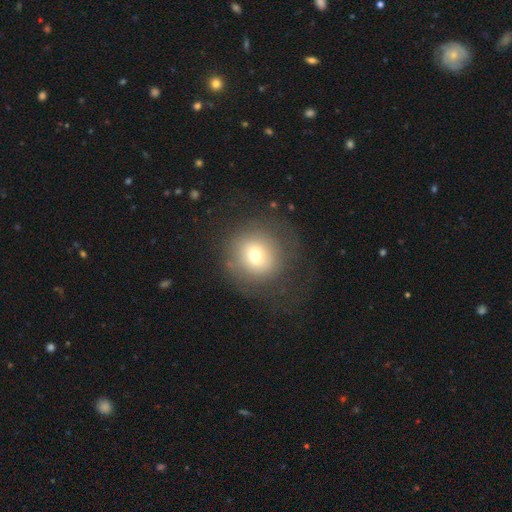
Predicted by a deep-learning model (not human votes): This appears to be a smooth galaxy with no disk features (66%) that is round (93%). Merging: none (71%).